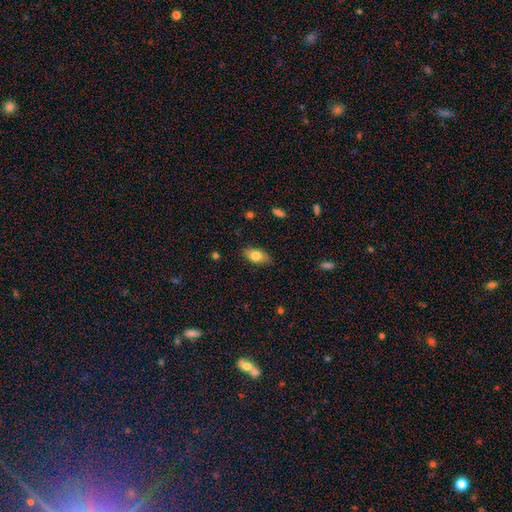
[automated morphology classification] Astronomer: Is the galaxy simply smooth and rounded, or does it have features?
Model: smooth — 79%.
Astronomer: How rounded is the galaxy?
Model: in between — 89%.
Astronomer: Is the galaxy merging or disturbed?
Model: none — 82%.